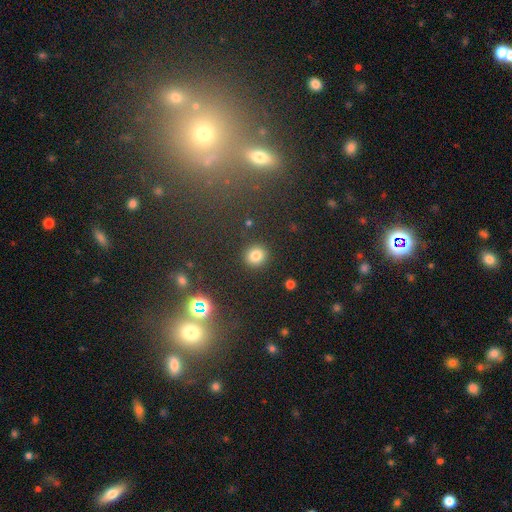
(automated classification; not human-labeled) Smooth or featured? Predicted: smooth (p=0.80). How rounded? Predicted: round (p=0.88). Merging? Predicted: none (p=0.90).